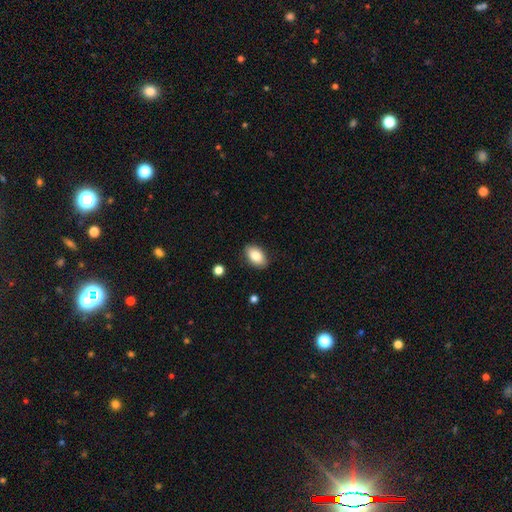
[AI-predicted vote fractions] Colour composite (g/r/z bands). It shows a smooth galaxy with no disk features (84%) that is in between round and cigar-shaped (91%). Merging: none (87%).